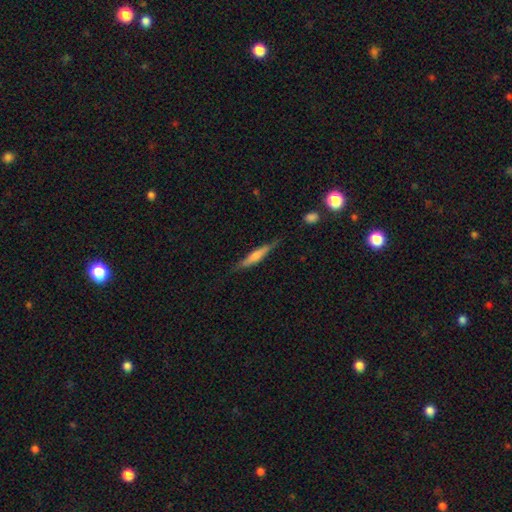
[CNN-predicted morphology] type=featured or disk (48%); merging=none (83%).